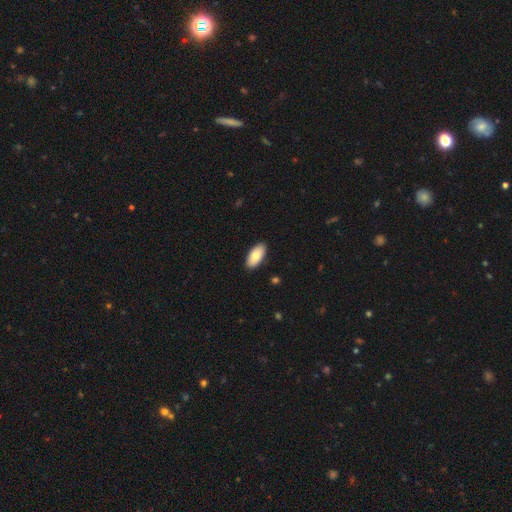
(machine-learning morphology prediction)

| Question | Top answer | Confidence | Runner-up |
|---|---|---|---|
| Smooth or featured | smooth | 80% | featured or disk (14%) |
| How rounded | in between | 93% | cigar-shaped (5%) |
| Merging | none | 90% | minor disturbance (8%) |